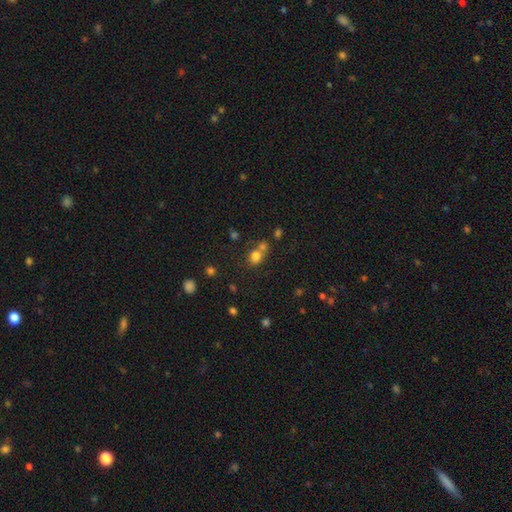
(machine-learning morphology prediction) smooth-or-featured: smooth: 74% | star or artifact: 16% | featured or disk: 10%
  how-rounded: round: 68% | in between: 31% | cigar-shaped: 1%
  merging: merger: 43% (tied) | none: 43% (tied) | minor disturbance: 9% | major disturbance: 5%